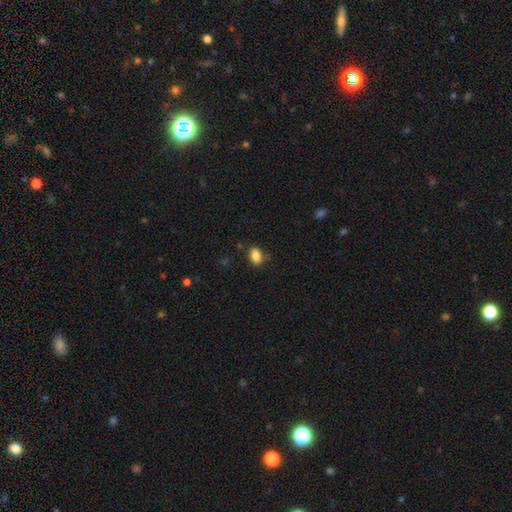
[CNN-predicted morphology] Smooth or featured? smooth (86%)
How rounded? in between (85%)
Merging? none (79%)